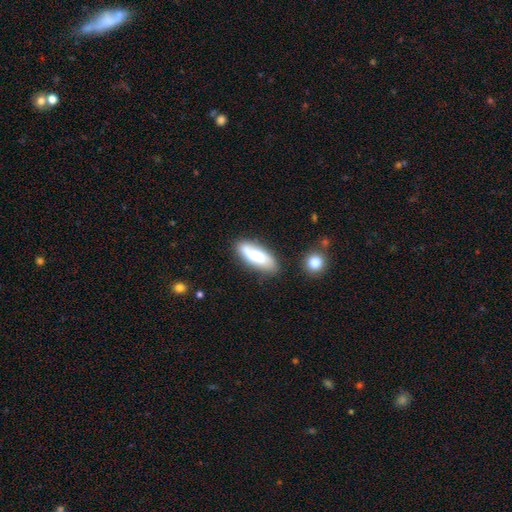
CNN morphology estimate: The model was most divided on "smooth or featured": smooth: 61%, featured or disk: 32%, star or artifact: 7%. More confident: merging — none (69%); how rounded — in between (68%).